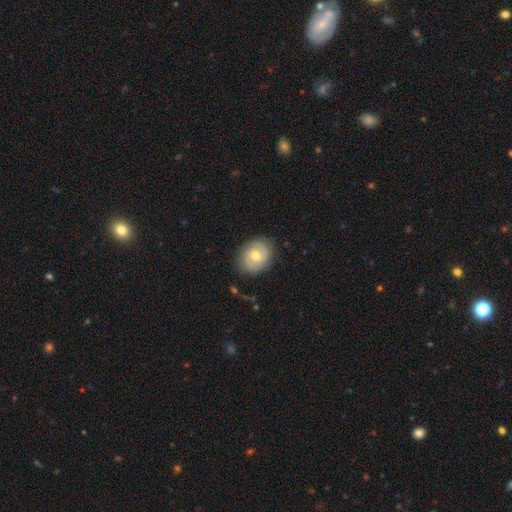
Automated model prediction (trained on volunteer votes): Morphology: type=featured or disk (49%); merging=none (81%).